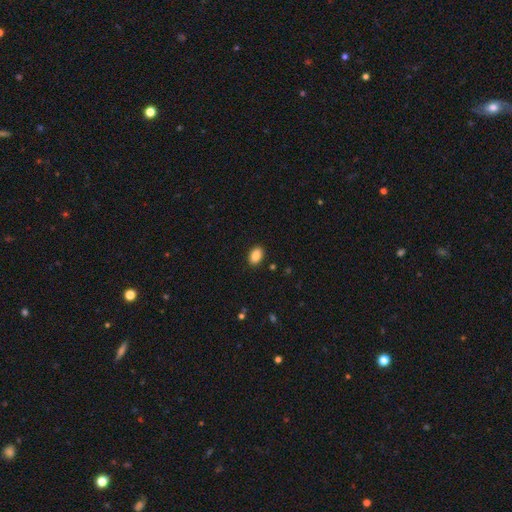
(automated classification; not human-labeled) Overall: smooth (88%). How rounded: in between (89%). Merging: none (90%).